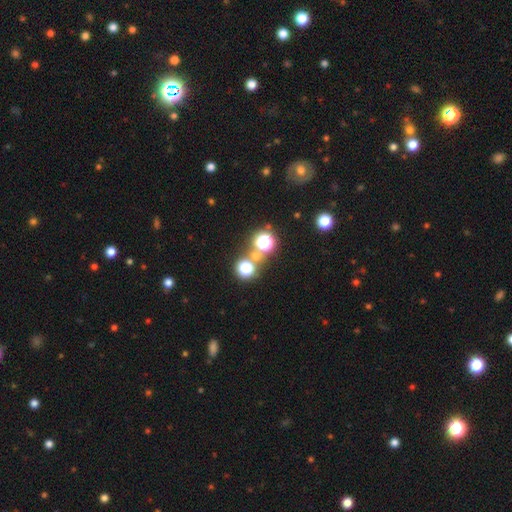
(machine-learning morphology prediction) smooth_or_featured: star or artifact (p=0.51) [alt: smooth p=0.41]